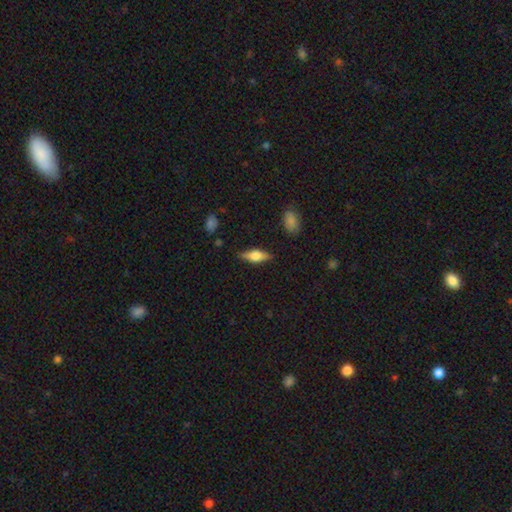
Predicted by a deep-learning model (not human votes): Morphology: type=featured or disk (50%); edge-on=yes (94%); merging=none (85%).